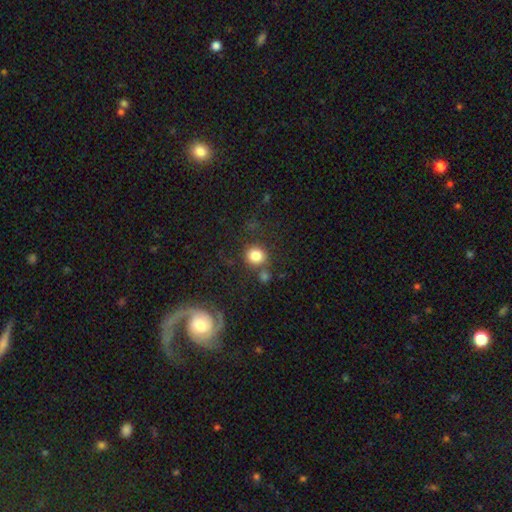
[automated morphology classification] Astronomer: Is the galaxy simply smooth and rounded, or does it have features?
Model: smooth — 82%.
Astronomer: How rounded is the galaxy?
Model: round — 85%.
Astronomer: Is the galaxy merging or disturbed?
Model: none — 70%.